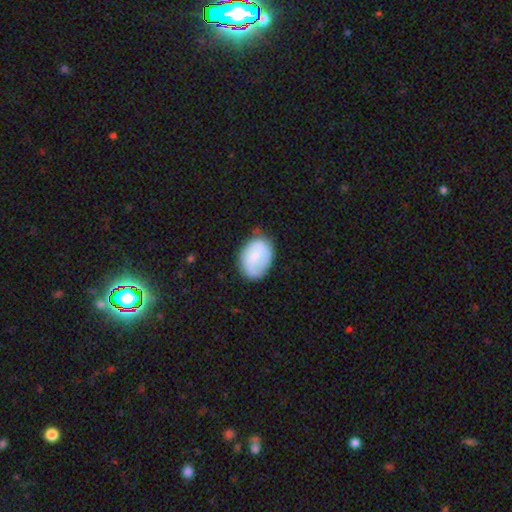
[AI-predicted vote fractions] Smooth or featured: smooth — 63% (featured or disk — 30%)
How rounded: in between — 76% (round — 23%)
Merging: none — 67% (minor disturbance — 24%)